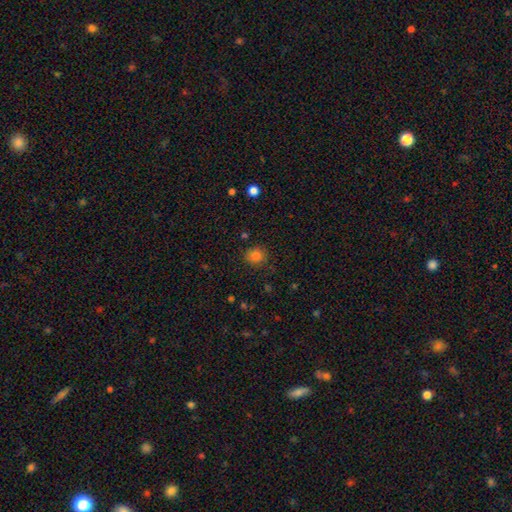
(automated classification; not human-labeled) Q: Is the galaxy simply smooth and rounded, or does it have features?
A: smooth — 82%.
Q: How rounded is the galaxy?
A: round — 82%.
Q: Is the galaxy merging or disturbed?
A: none — 86%.